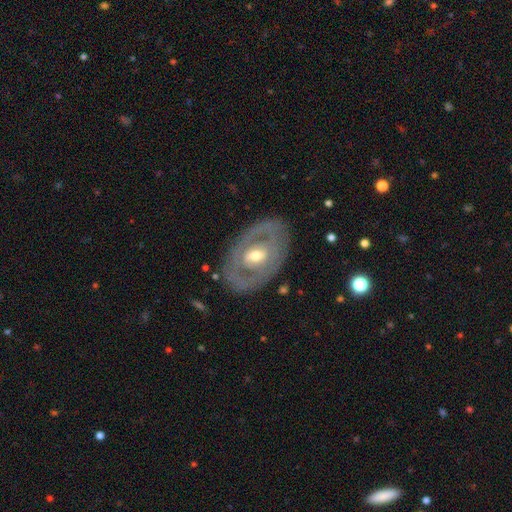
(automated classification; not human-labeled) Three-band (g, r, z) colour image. It shows a featured or disk galaxy (72%) with no bar (53%), no spiral arms (66%) and a moderate central bulge (66%). Merging: none (79%).